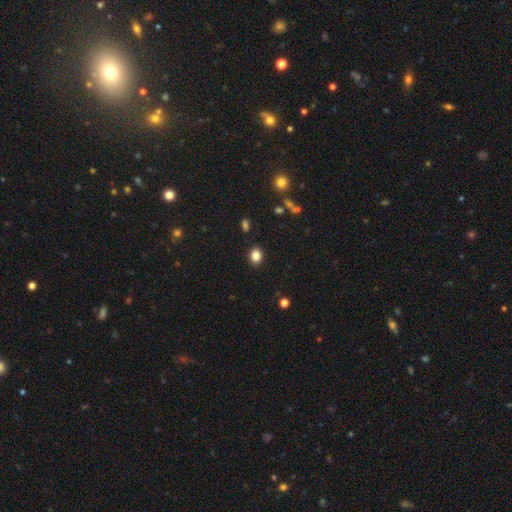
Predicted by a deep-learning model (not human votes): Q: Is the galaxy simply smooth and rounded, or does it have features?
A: smooth — 85%.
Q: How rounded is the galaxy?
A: in between — 58%.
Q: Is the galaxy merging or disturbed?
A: none — 88%.